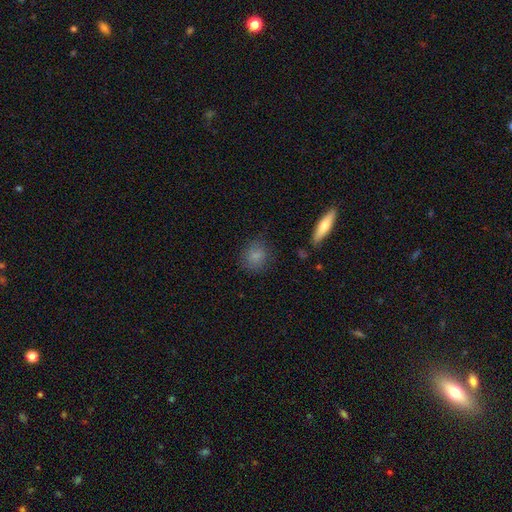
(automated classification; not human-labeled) Q: Smooth or featured?
A: smooth (82%); runner-up: star or artifact (10%)
Q: How rounded?
A: round (76%); runner-up: in between (23%)
Q: Merging?
A: none (78%); runner-up: minor disturbance (15%)